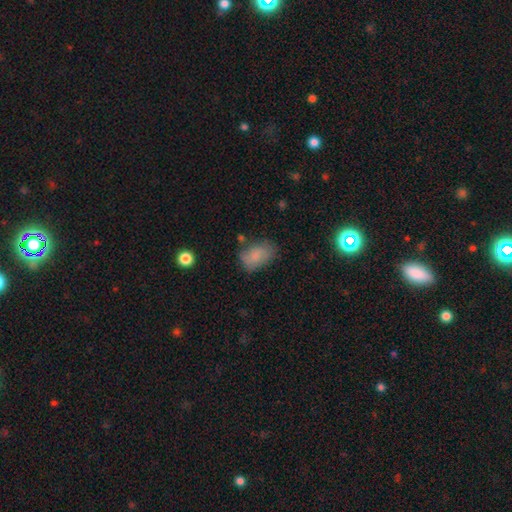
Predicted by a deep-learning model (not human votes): Overall: smooth (78%). How rounded: in between (87%). Merging: none (61%; minor disturbance 26%).